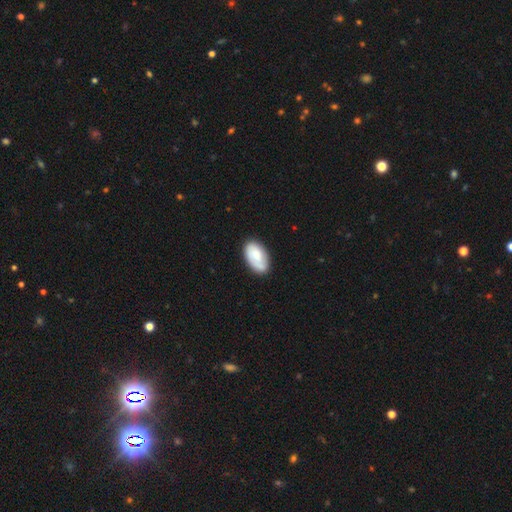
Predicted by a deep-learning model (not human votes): A smooth galaxy with no disk features (69%) that is in between round and cigar-shaped (94%). Merging: none (75%).